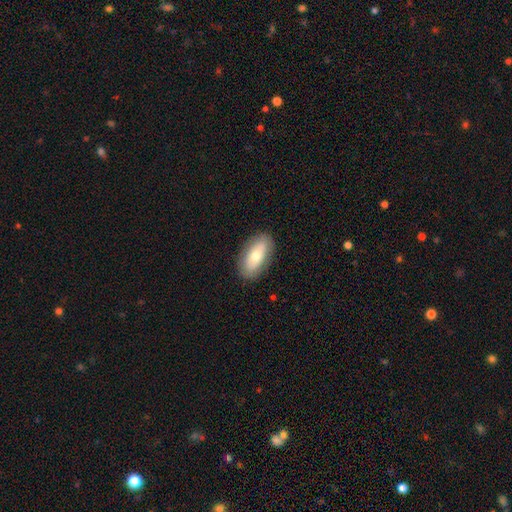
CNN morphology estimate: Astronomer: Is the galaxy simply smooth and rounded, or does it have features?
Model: smooth — 67%.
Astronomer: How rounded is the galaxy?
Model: in between — 90%.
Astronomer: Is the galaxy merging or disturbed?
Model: none — 86%.